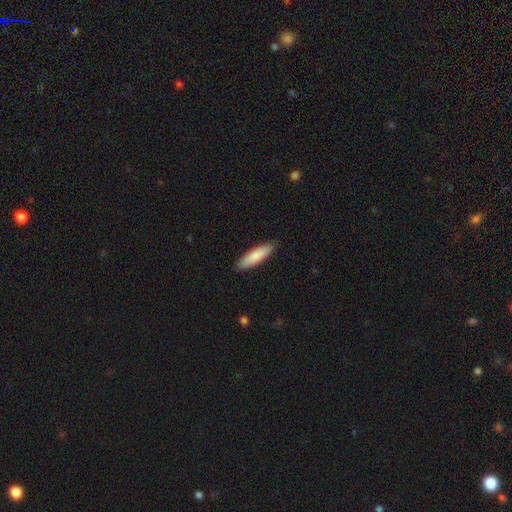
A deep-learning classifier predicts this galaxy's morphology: Smooth or featured?
  - smooth: 83% *
  - featured or disk: 12%
  - star or artifact: 5%
How rounded?
  - cigar-shaped: 72% *
  - in between: 27%
  - round: 1%
Merging?
  - none: 88% *
  - minor disturbance: 9%
  - major disturbance: 2%
  - merger: 1%